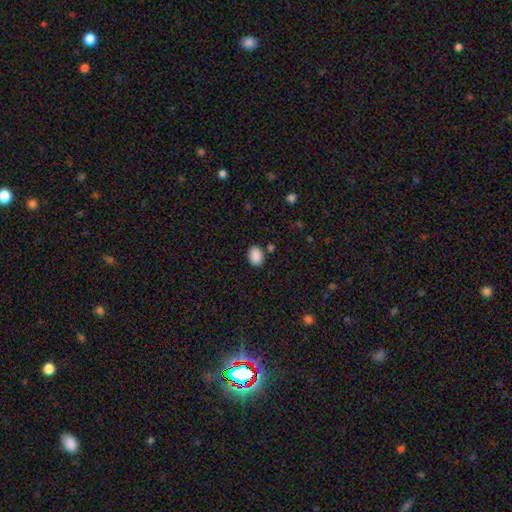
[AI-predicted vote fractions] Smooth or featured?
  - smooth: 89% *
  - star or artifact: 8%
  - featured or disk: 3%
How rounded?
  - in between: 70% *
  - round: 29%
  - cigar-shaped: 1%
Merging?
  - none: 83% *
  - minor disturbance: 10%
  - merger: 4%
  - major disturbance: 3%